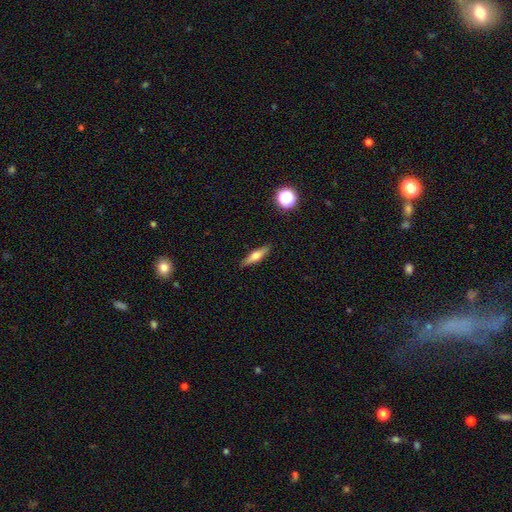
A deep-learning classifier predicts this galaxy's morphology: This appears to be a smooth galaxy with no disk features (53%) that is cigar-shaped (72%). Merging: none (88%).